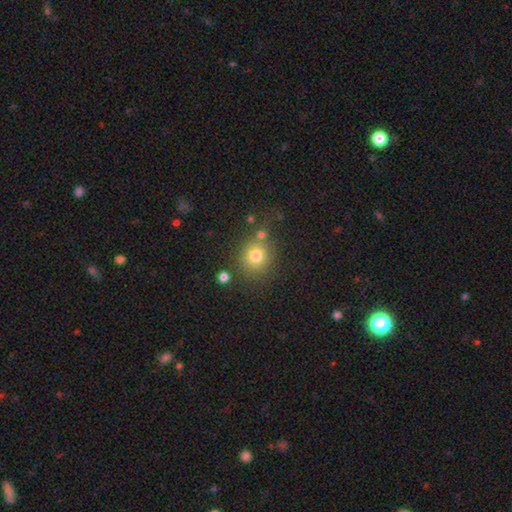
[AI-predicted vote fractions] smooth_or_featured: smooth (p=0.78) [alt: star or artifact p=0.14]
how_rounded: round (p=0.86) [alt: in between p=0.13]
merging: none (p=0.73) [alt: minor disturbance p=0.11]